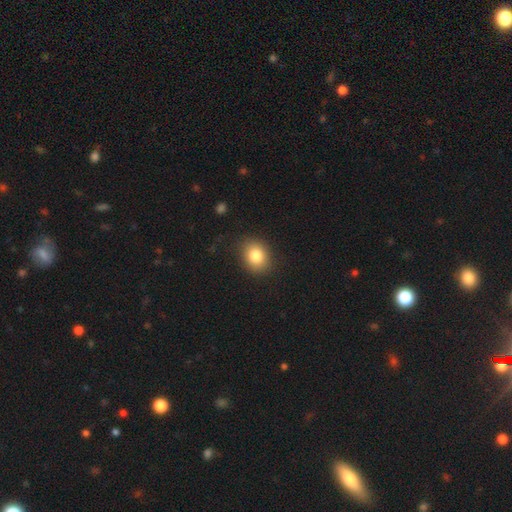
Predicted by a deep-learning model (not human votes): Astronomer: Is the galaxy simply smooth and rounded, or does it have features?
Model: smooth — 82%.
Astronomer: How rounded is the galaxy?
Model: round — 55% (runner-up: in between, 44%).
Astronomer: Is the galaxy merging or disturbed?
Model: none — 86%.